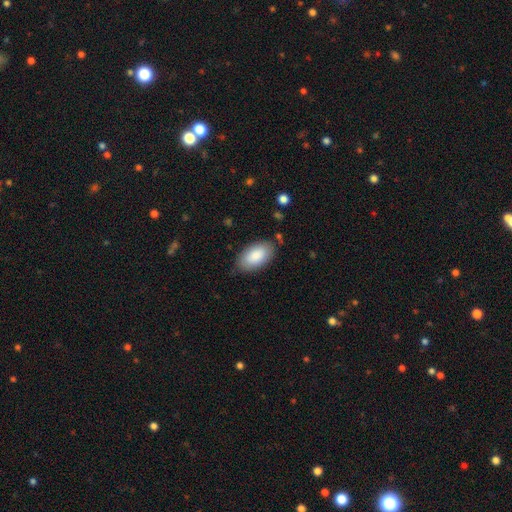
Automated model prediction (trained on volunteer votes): Smooth or featured?
  - smooth: 87% *
  - featured or disk: 7%
  - star or artifact: 6%
How rounded?
  - in between: 95% *
  - round: 2%
  - cigar-shaped: 2%
Merging?
  - none: 82% *
  - minor disturbance: 13%
  - major disturbance: 3%
  - merger: 2%